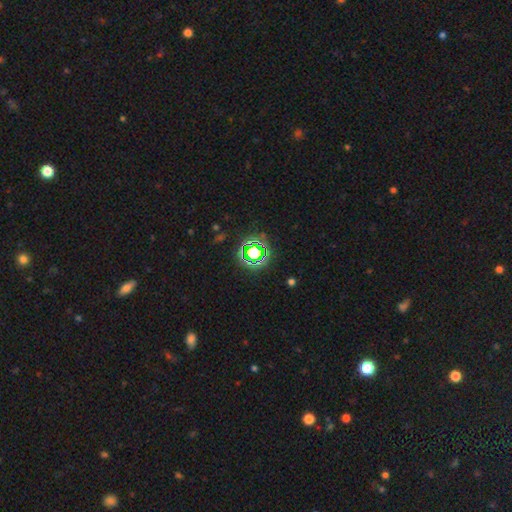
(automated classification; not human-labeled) This is likely a star or artifact rather than a galaxy (68%).